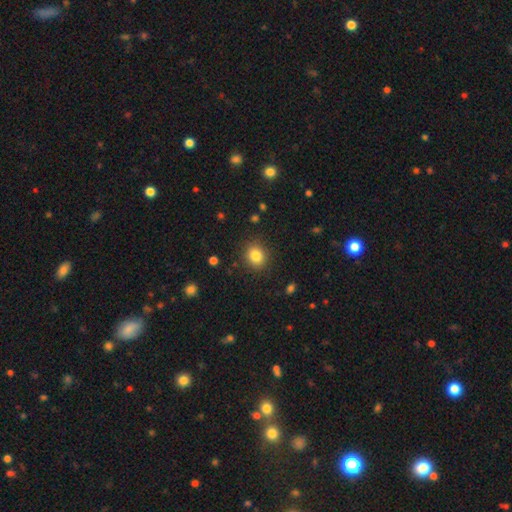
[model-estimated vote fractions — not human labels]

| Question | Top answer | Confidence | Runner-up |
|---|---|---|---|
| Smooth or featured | smooth | 83% | star or artifact (11%) |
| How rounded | round | 75% | in between (24%) |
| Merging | none | 88% | minor disturbance (8%) |